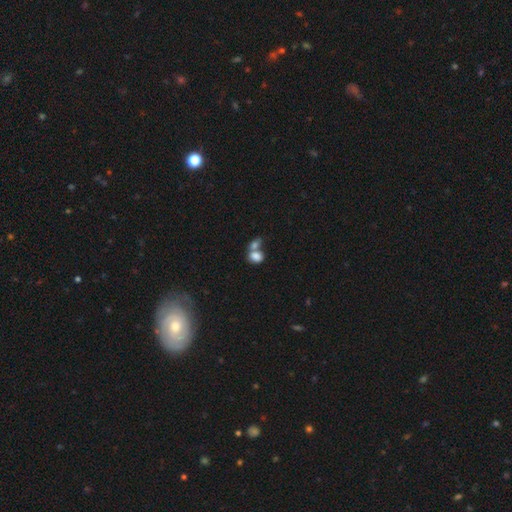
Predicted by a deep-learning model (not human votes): Smooth or featured? smooth (81%)
How rounded? in between (71%)
Merging? merger (62%)